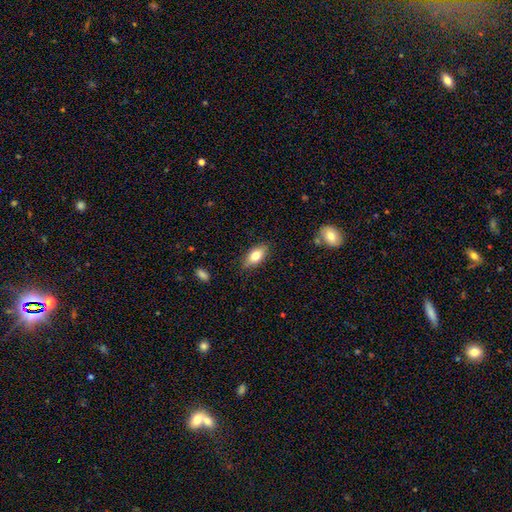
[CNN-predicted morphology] This appears to be a smooth galaxy with no disk features (78%) that is in between round and cigar-shaped (88%). Merging: none (83%).